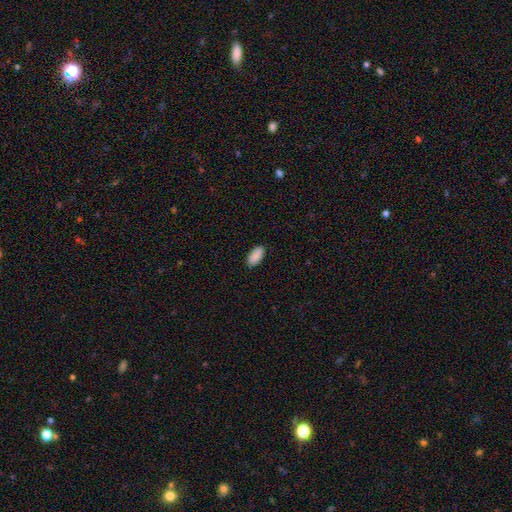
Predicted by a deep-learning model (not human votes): This appears to be a smooth galaxy with no disk features (90%) that is in between round and cigar-shaped (93%). Merging: none (88%).